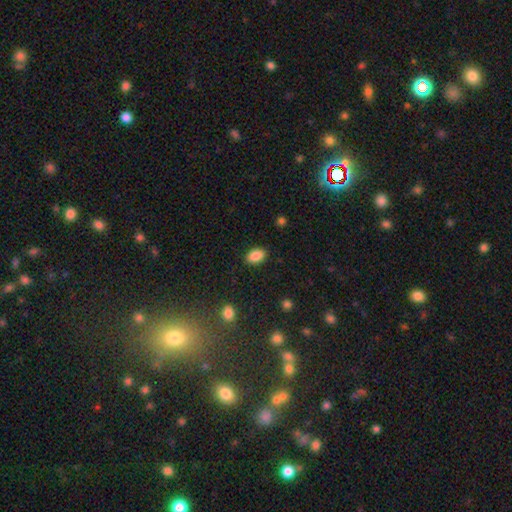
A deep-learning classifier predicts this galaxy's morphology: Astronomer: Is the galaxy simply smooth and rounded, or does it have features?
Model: smooth — 87%.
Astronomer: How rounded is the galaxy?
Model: in between — 88%.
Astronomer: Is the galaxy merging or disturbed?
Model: none — 87%.